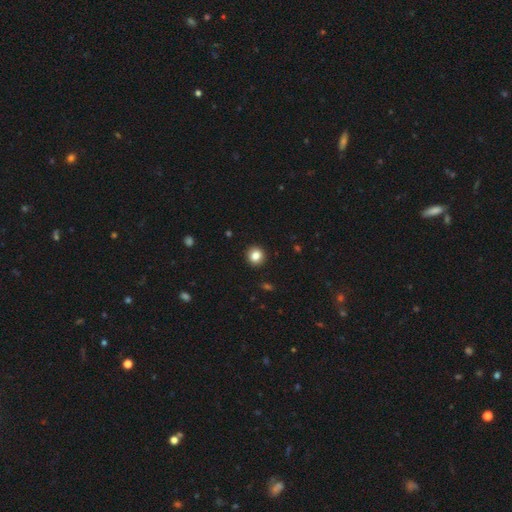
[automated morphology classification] This is clearly a smooth galaxy (84%). How rounded: clearly round (90%). Merging: clearly none (93%).